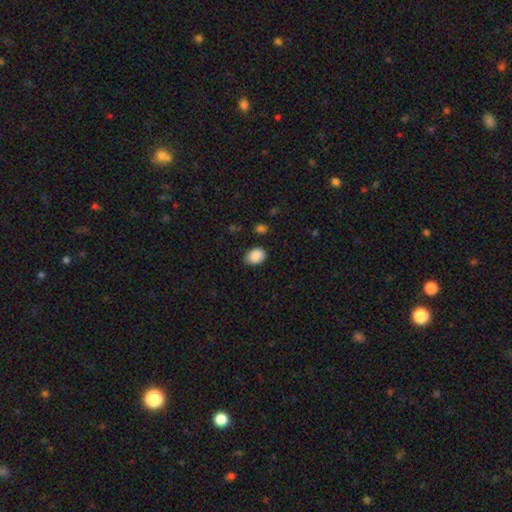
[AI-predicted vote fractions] This is clearly a smooth galaxy (89%). How rounded: likely in between (71%). Merging: likely none (79%).